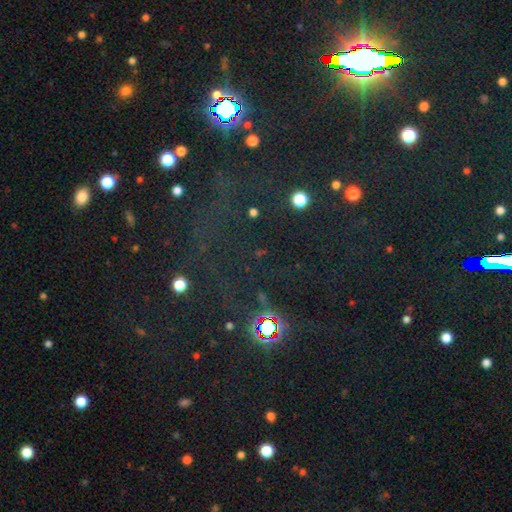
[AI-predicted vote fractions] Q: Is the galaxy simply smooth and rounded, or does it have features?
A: star or artifact — 76%.